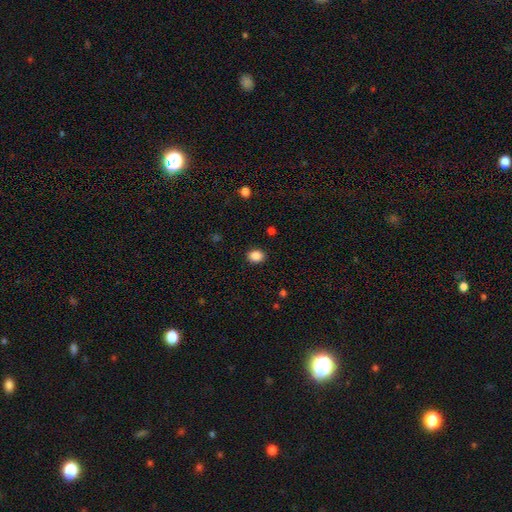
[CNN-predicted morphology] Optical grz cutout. It shows a smooth galaxy with no disk features (87%) that is in between round and cigar-shaped (56%). Merging: none (89%).